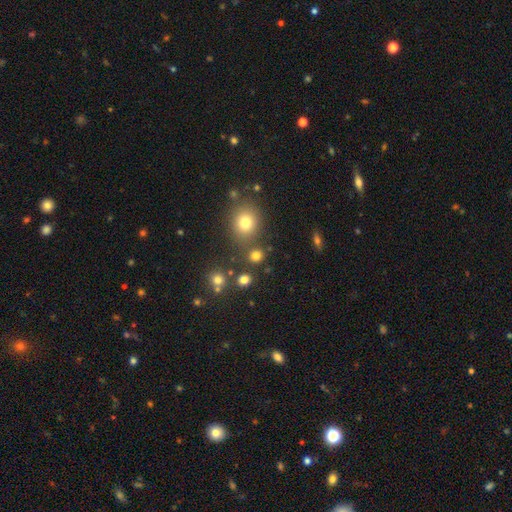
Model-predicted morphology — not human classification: This is likely a smooth galaxy (78%). How rounded: clearly round (82%). Merging: likely none (77%).